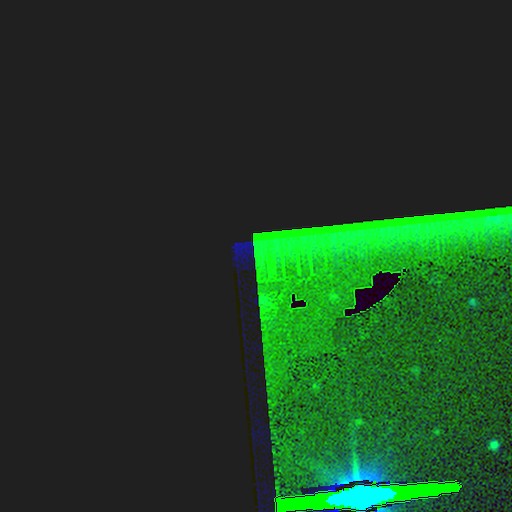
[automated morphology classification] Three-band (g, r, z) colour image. It shows a star or artifact, not a galaxy (86%).